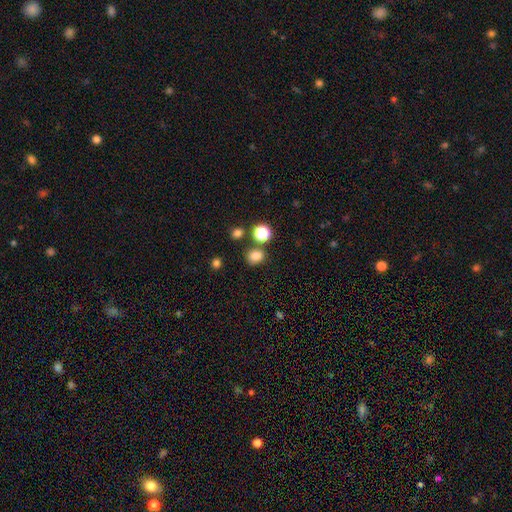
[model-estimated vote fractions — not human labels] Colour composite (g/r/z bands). It shows a smooth galaxy with no disk features (79%) that is round (70%). Merging: none (77%).